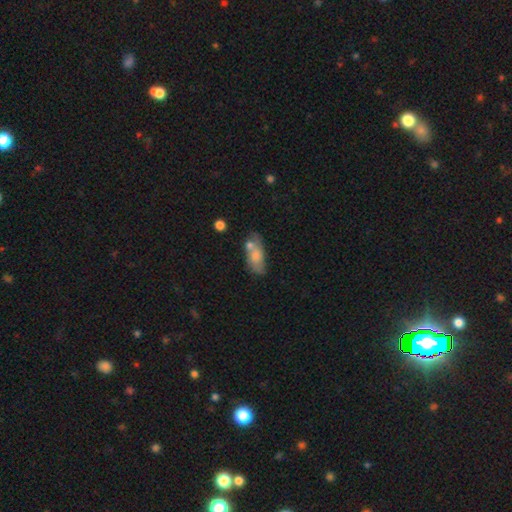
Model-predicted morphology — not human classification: This appears to be a smooth galaxy with no disk features (66%) that is in between round and cigar-shaped (83%). Merging: none (43%).